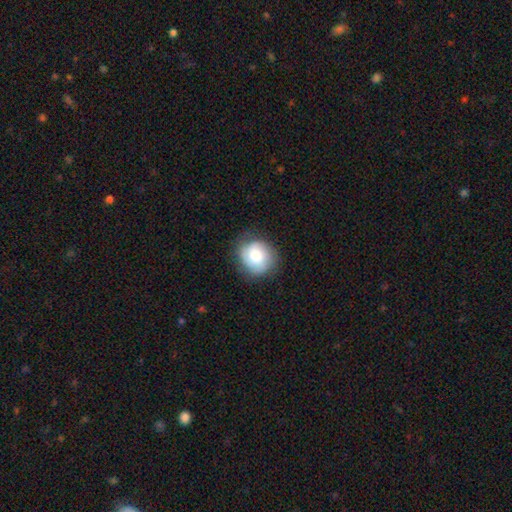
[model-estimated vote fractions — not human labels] Smooth or featured? smooth (68%)
How rounded? round (80%)
Merging? none (75%)